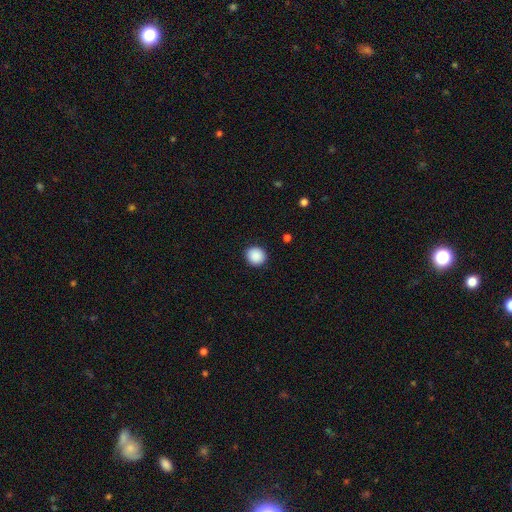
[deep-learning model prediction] A smooth galaxy with no disk features (89%) that is round (86%). Merging: none (91%).